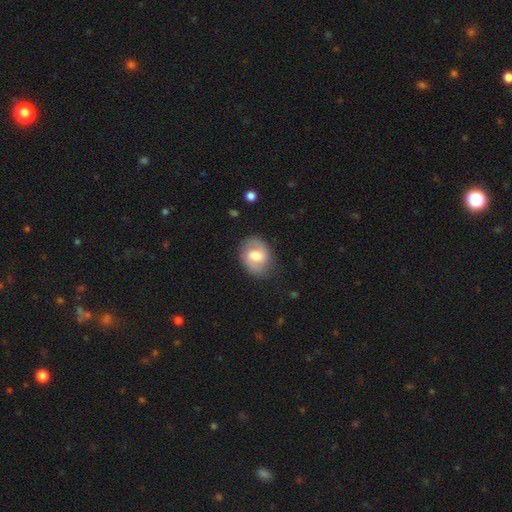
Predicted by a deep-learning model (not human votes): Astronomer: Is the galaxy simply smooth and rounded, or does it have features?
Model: featured or disk — 53% (runner-up: smooth, 41%).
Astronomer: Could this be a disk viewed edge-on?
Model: no — 96%.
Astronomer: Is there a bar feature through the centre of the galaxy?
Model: weak — 53%.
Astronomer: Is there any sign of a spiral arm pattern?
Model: yes — 76%.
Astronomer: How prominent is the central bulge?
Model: moderate — 64%.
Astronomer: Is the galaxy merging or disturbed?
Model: none — 76%.